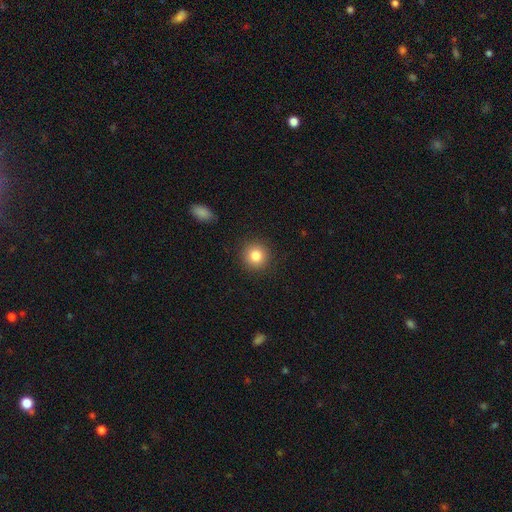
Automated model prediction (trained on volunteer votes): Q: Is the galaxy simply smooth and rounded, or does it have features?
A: smooth — 83%.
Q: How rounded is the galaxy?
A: round — 93%.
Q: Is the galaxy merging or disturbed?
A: none — 91%.